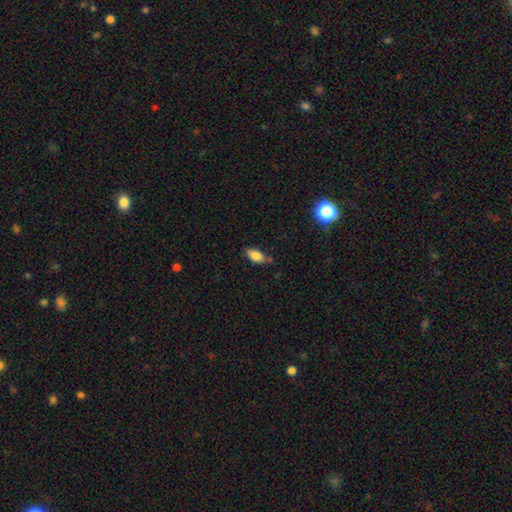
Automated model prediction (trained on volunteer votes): The model was most divided on "merging": none: 67%, minor disturbance: 22%, merger: 6%, major disturbance: 5%. More confident: how rounded — in between (88%); smooth or featured — smooth (81%).